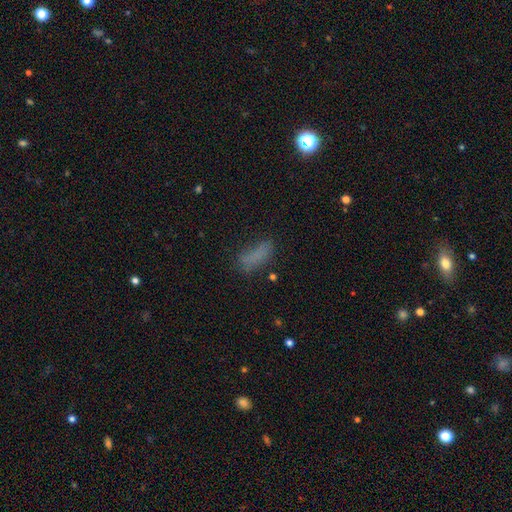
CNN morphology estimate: This is likely a smooth galaxy (73%). How rounded: likely in between (62%). Merging: possibly none (57%).